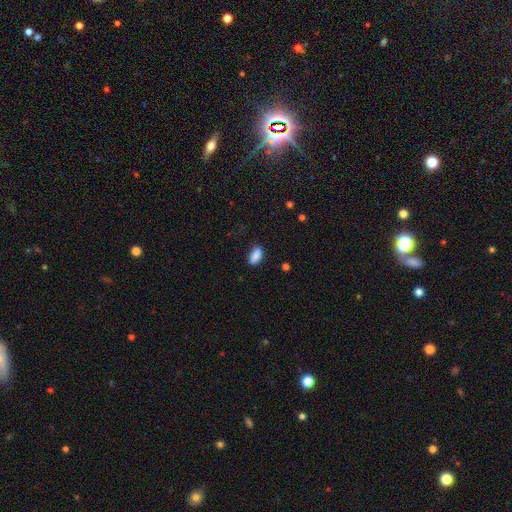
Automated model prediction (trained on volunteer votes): Morphology: type=smooth (88%); roundness=in between (85%); merging=none (79%).